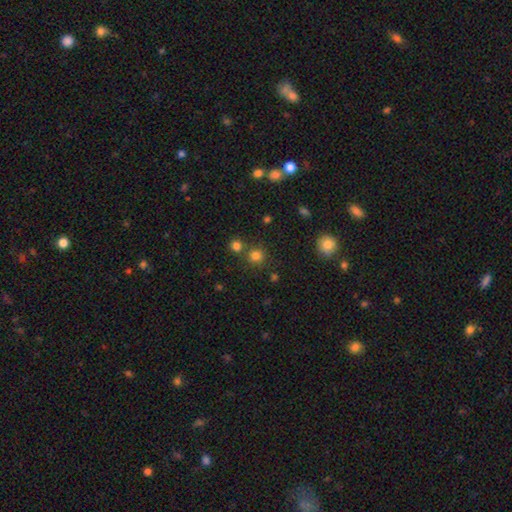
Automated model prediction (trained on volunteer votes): A smooth galaxy with no disk features (77%) that is round (91%).

Vote fractions:
- Smooth or featured? smooth: 77% / star or artifact: 17% / featured or disk: 6%
- How rounded? round: 91% / in between: 8% / cigar-shaped: 1%
- Merging? none: 72% / merger: 18% / minor disturbance: 7% / major disturbance: 3%